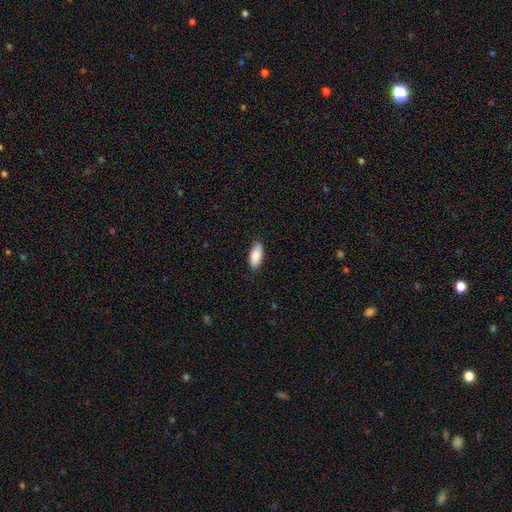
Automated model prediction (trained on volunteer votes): Smooth or featured? smooth (88%)
How rounded? in between (87%)
Merging? none (88%)